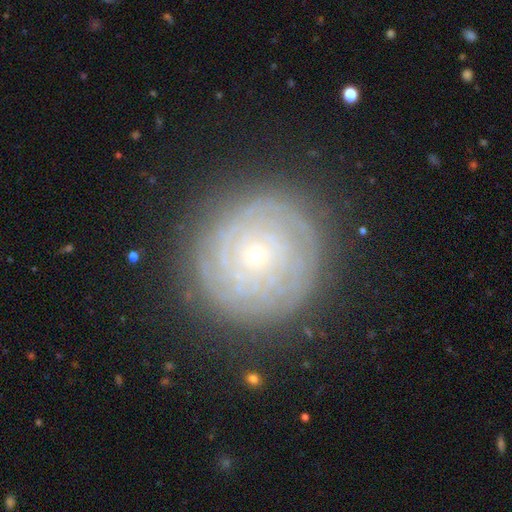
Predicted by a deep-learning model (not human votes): Smooth or featured? featured or disk (74%)
Edge-on disk? no (97%)
Bar? no (85%)
Spiral arms? yes (89%)
Spiral winding? tight (86%)
Spiral arm count? can't tell (43%)
Bulge size? small (82%)
Merging? none (83%)